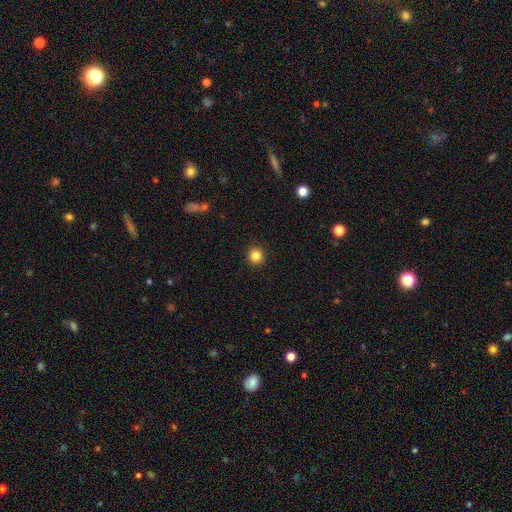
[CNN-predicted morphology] A smooth galaxy with no disk features (84%) that is round (95%). Merging: none (93%).